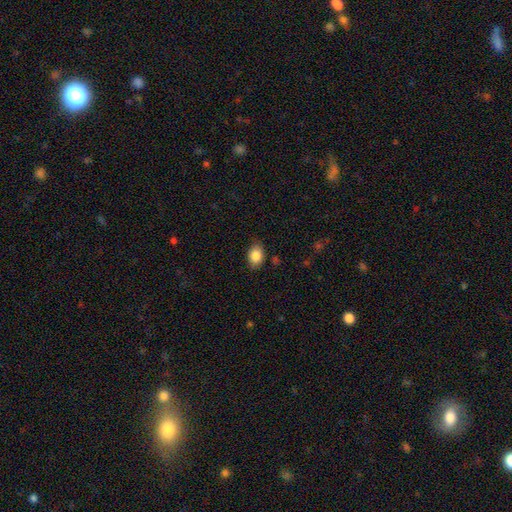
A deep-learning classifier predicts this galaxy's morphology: smooth_or_featured: smooth (p=0.86) [alt: star or artifact p=0.08]
how_rounded: in between (p=0.77) [alt: round p=0.22]
merging: none (p=0.82) [alt: minor disturbance p=0.14]